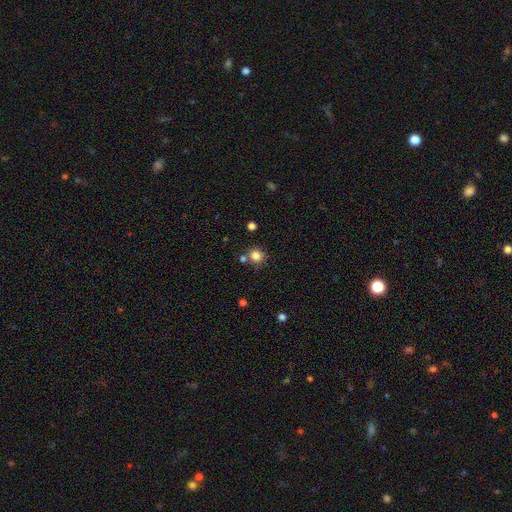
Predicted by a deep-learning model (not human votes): smooth_or_featured: smooth (p=0.83) [alt: star or artifact p=0.12]
how_rounded: round (p=0.87) [alt: in between p=0.12]
merging: none (p=0.72) [alt: merger p=0.14]